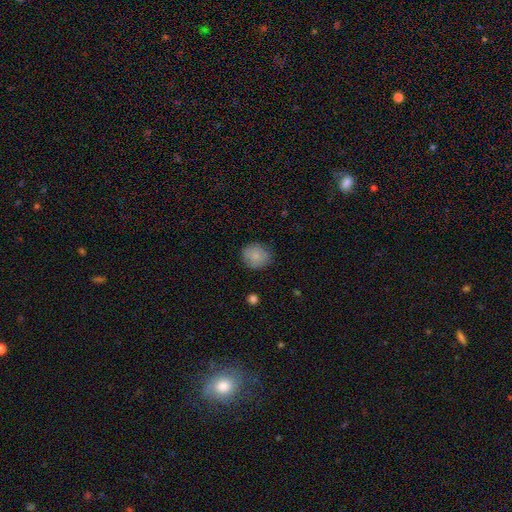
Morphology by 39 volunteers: Smooth or featured: smooth — 85% (featured or disk — 13%)
How rounded: round — 70% (in between — 30%)
Merging: none — 76% (minor disturbance — 21%)